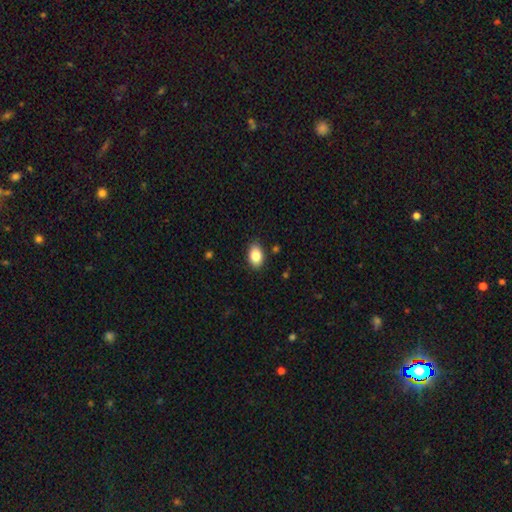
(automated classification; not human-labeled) Overall: smooth (85%). How rounded: in between (87%). Merging: none (86%).